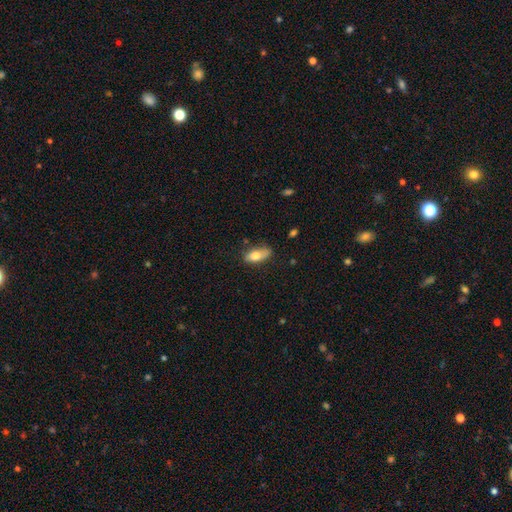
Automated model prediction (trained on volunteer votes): The model was most divided on "merging": none: 60%, minor disturbance: 29%, major disturbance: 8%, merger: 3%. More confident: how rounded — in between (85%); smooth or featured — smooth (74%).